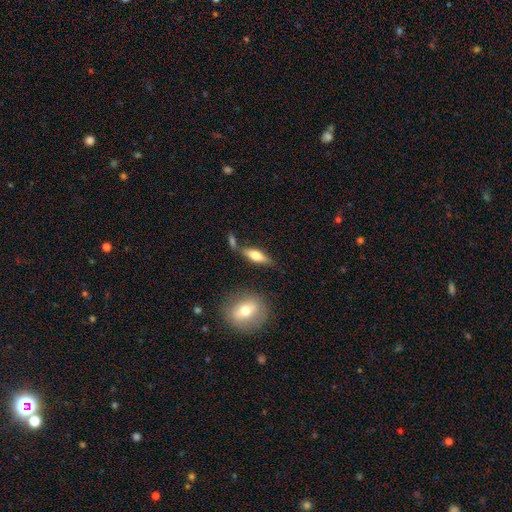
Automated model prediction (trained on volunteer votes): A smooth galaxy with no disk features (59%) that is in between round and cigar-shaped (55%). Merging: none (69%).